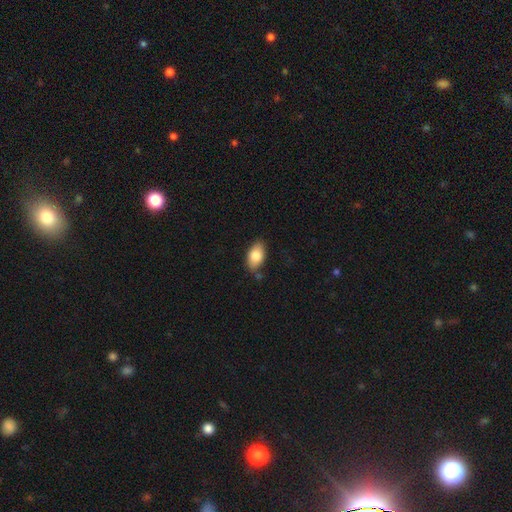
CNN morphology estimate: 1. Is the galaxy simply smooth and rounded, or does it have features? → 81% smooth, 12% featured or disk, 7% star or artifact.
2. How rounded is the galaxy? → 92% in between, 6% round, 2% cigar-shaped.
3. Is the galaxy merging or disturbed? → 77% none, 17% minor disturbance, 4% merger, 3% major disturbance.